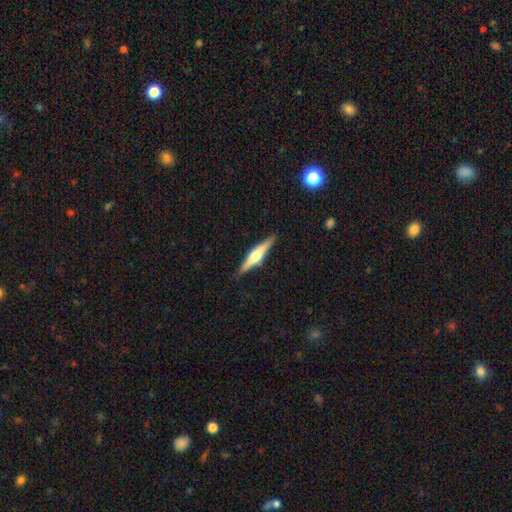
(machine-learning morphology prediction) A featured or disk galaxy (65%) viewed edge-on (97%) with a rounded central bulge (90%).

Vote fractions:
- Smooth or featured? featured or disk: 65% / smooth: 30% / star or artifact: 5%
- Edge-on disk? yes: 97% / no: 3%
- Edge-on bulge? rounded: 90% / boxy: 6% / none: 3%
- Merging? none: 88% / minor disturbance: 9% / major disturbance: 2% / merger: 1%